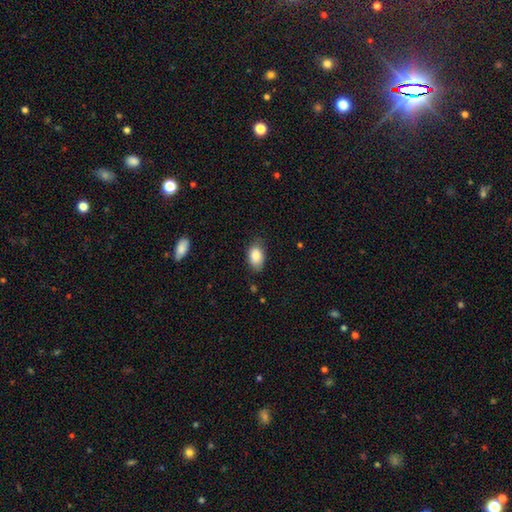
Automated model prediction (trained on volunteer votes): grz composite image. It shows a smooth galaxy with no disk features (87%) that is in between round and cigar-shaped (89%). Merging: none (75%).